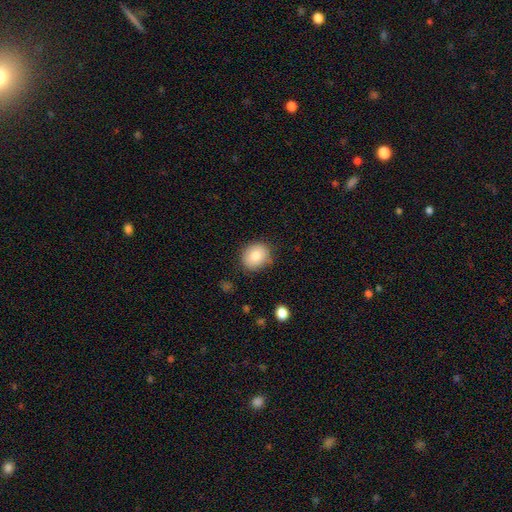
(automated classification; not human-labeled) A smooth galaxy with no disk features (83%) that is round (74%). Merging: none (82%).